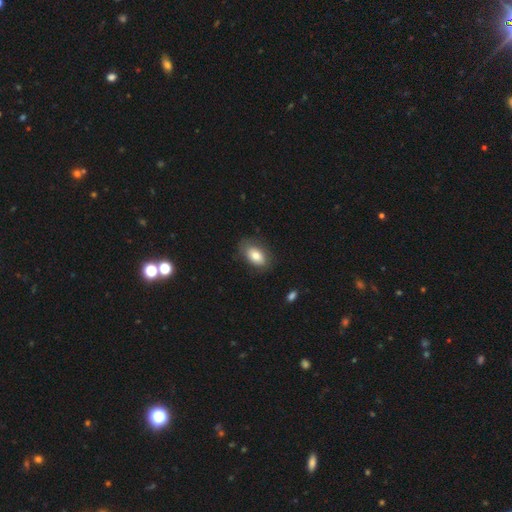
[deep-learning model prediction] Morphology: type=smooth (78%); roundness=in between (90%); merging=none (76%).